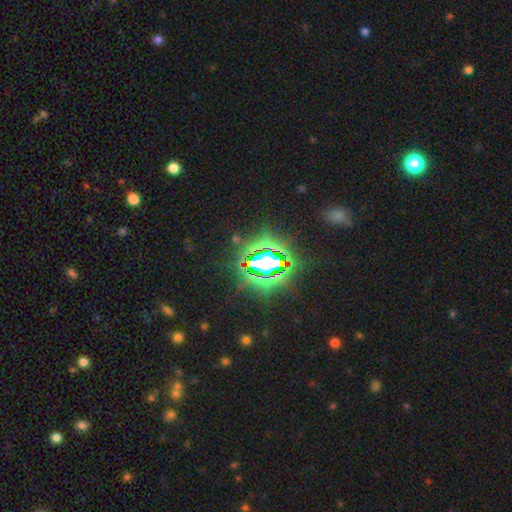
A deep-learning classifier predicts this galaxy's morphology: A star or artifact, not a galaxy (82%).